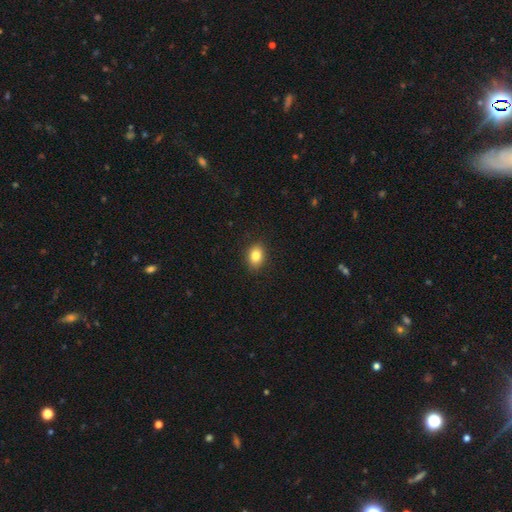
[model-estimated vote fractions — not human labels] Smooth or featured?
  - smooth: 83% *
  - star or artifact: 9%
  - featured or disk: 7%
How rounded?
  - in between: 74% *
  - round: 24%
  - cigar-shaped: 1%
Merging?
  - none: 89% *
  - minor disturbance: 8%
  - major disturbance: 2%
  - merger: 1%